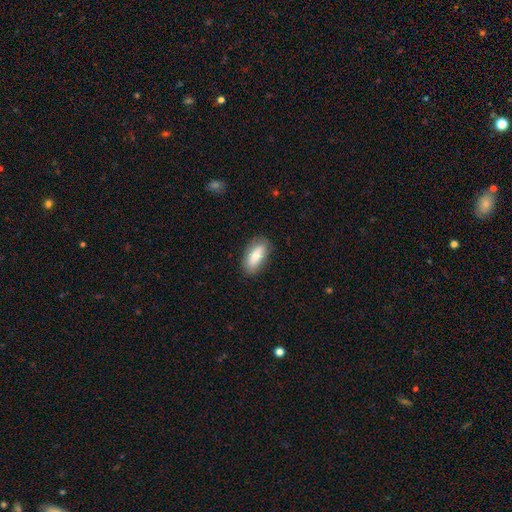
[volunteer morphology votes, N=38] type=smooth (76%); roundness=in between (86%); merging=none (76%).